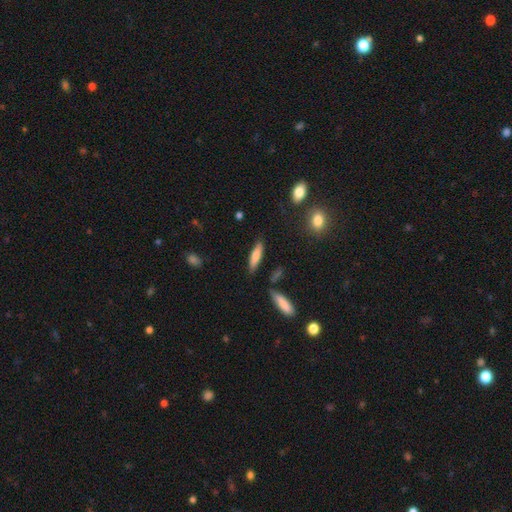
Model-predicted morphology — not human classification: This appears to be a smooth galaxy with no disk features (75%) that is cigar-shaped (74%). Merging: none (82%).